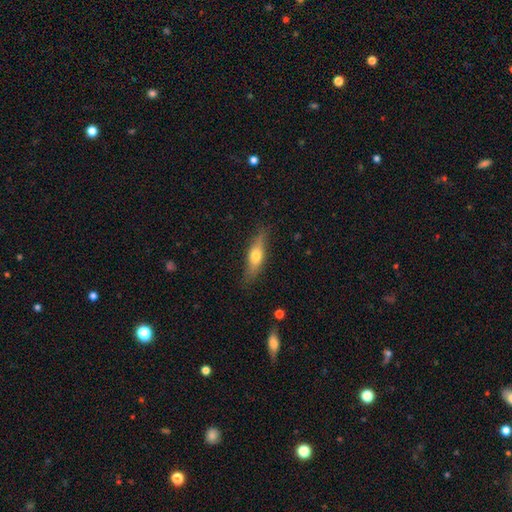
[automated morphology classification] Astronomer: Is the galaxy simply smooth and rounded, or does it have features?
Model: smooth — 56% (runner-up: featured or disk, 38%).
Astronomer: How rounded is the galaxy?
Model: cigar-shaped — 54% (runner-up: in between, 42%).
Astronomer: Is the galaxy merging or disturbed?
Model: none — 80%.